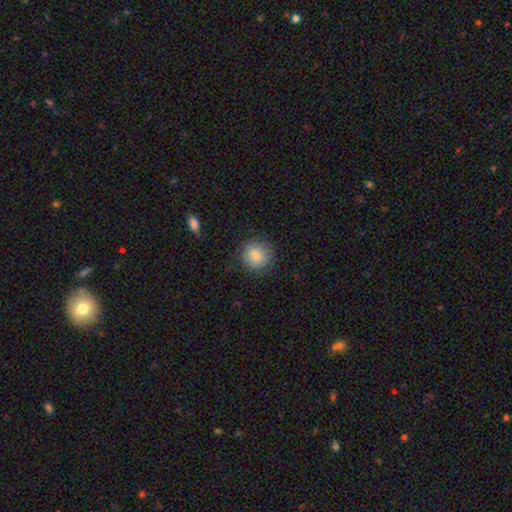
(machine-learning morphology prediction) type=smooth (82%); roundness=round (91%); merging=none (85%).